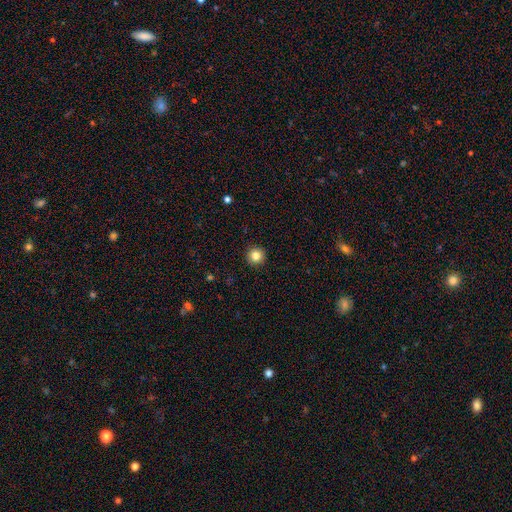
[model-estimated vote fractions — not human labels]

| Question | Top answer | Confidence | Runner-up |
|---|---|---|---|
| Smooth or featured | smooth | 83% | star or artifact (11%) |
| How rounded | round | 96% | in between (3%) |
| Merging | none | 93% | minor disturbance (4%) |